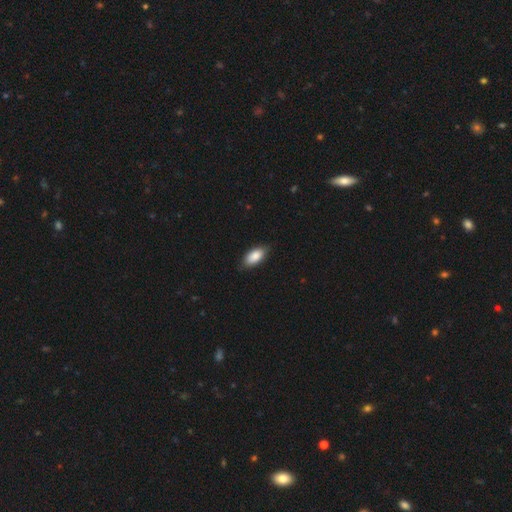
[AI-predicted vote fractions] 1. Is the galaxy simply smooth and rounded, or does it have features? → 86% smooth, 8% featured or disk, 6% star or artifact.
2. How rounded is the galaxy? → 91% in between, 7% cigar-shaped, 3% round.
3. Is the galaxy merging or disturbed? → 81% none, 16% minor disturbance, 2% major disturbance, 1% merger.